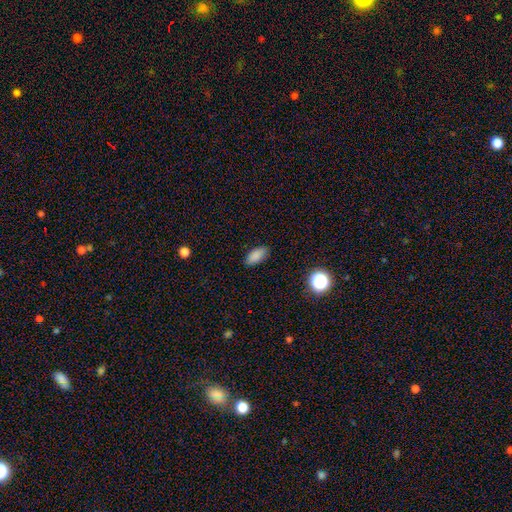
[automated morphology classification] The model was most divided on "smooth or featured": smooth: 86%, star or artifact: 10%, featured or disk: 5%. More confident: how rounded — in between (90%); merging — none (87%).